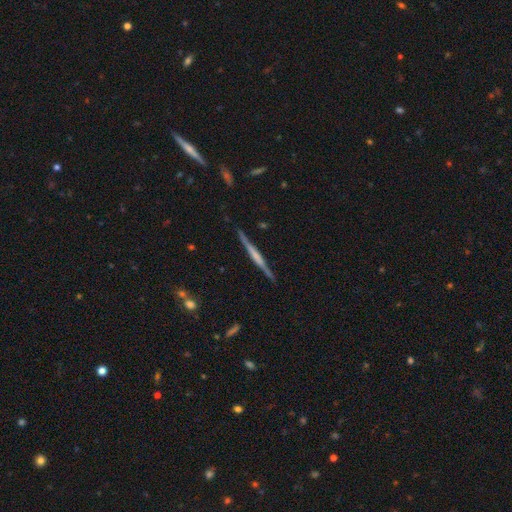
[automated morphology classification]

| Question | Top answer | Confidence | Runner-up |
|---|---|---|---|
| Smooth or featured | featured or disk | 68% | smooth (26%) |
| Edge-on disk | yes | 98% | no (2%) |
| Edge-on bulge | none | 48% | rounded (26%) |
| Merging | none | 88% | minor disturbance (8%) |